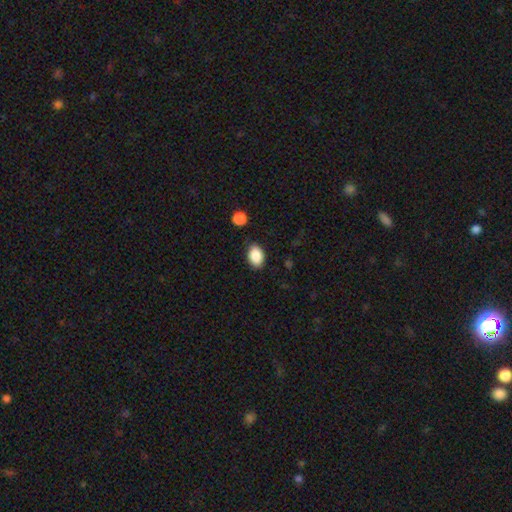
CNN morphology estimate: type=smooth (89%); roundness=in between (83%); merging=none (81%).